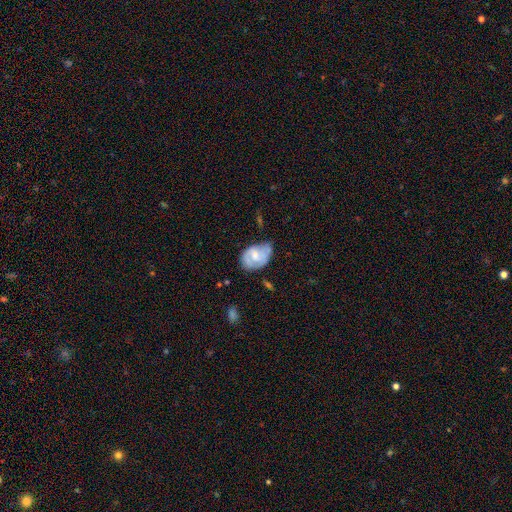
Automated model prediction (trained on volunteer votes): Smooth or featured? Predicted: featured or disk (p=0.55). Edge-on disk? Predicted: no (p=0.96). Bar? Predicted: no (p=0.49). Spiral arms? Predicted: yes (p=0.72). Bulge size? Predicted: moderate (p=0.47). Merging? Predicted: none (p=0.47).